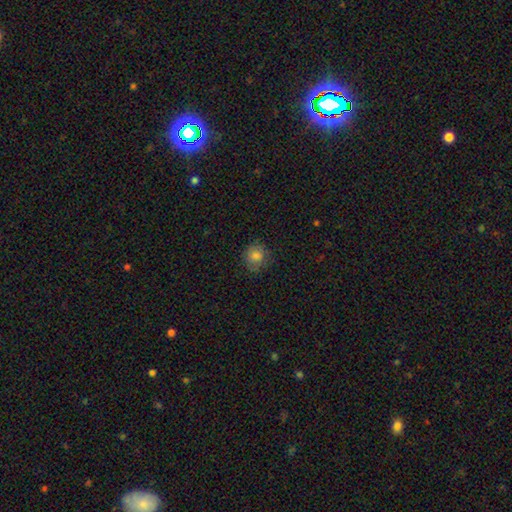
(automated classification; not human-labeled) Smooth or featured?
  - smooth: 81% *
  - star or artifact: 11%
  - featured or disk: 9%
How rounded?
  - round: 86% *
  - in between: 13%
  - cigar-shaped: 1%
Merging?
  - none: 78% *
  - minor disturbance: 17%
  - major disturbance: 4%
  - merger: 1%